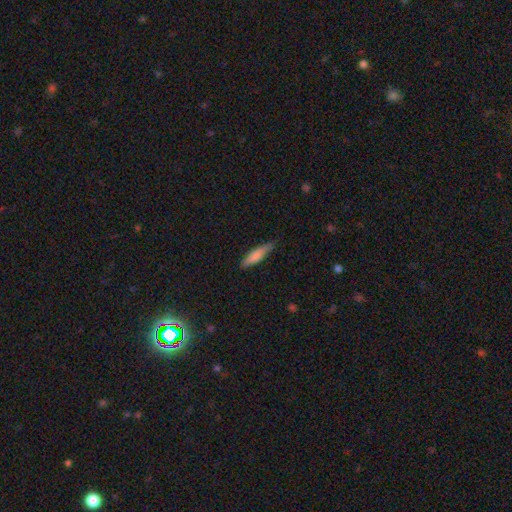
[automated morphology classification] The model was most divided on "how rounded": cigar-shaped: 74%, in between: 24%, round: 2%. More confident: merging — none (77%); smooth or featured — smooth (74%).